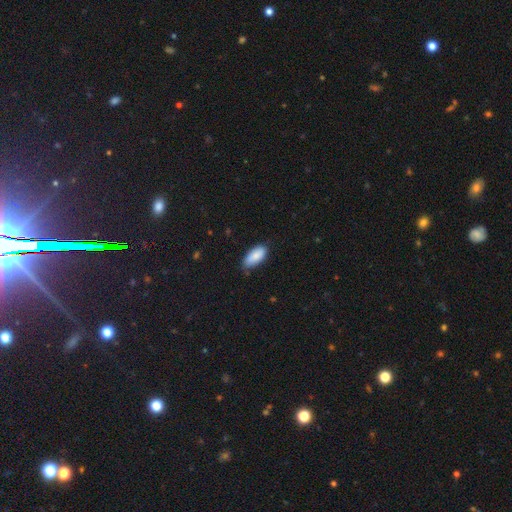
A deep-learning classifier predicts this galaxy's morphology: This appears to be a smooth galaxy with no disk features (86%) that is in between round and cigar-shaped (91%). Merging: none (73%).